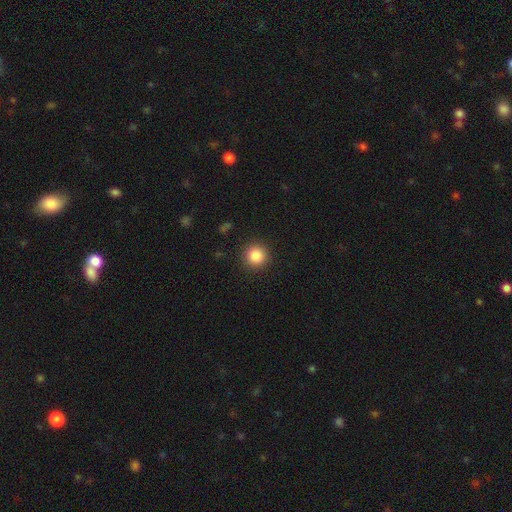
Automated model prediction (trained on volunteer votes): smooth_or_featured: smooth (p=0.86) [alt: star or artifact p=0.10]
how_rounded: round (p=0.95) [alt: in between p=0.04]
merging: none (p=0.91) [alt: minor disturbance p=0.06]